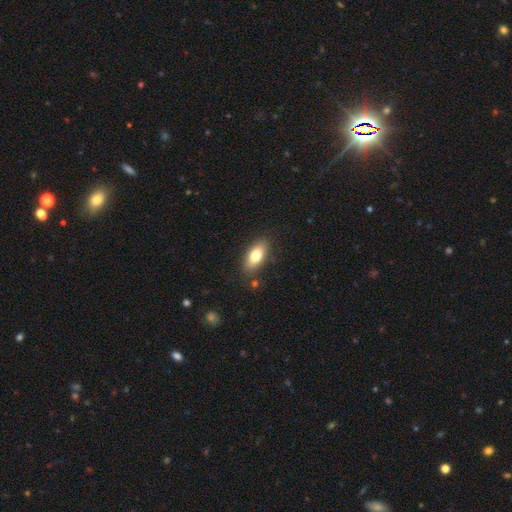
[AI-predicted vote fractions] A smooth galaxy with no disk features (74%) that is in between round and cigar-shaped (83%). Merging: none (83%).